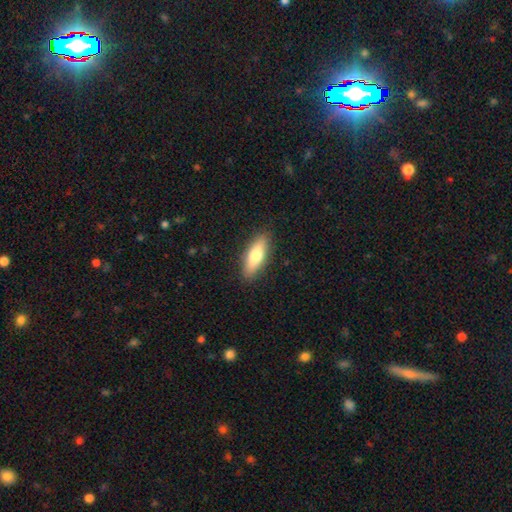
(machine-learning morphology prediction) type=smooth (69%); roundness=in between (52%); merging=none (88%).